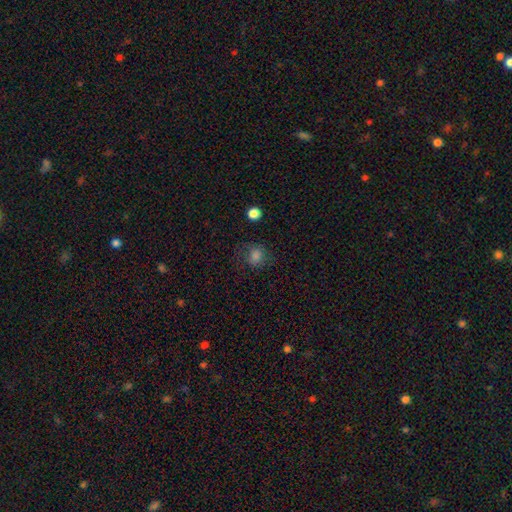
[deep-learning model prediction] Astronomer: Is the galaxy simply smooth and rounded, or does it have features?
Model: smooth — 79%.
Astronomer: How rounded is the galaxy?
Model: round — 79%.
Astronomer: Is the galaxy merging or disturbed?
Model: none — 72%.